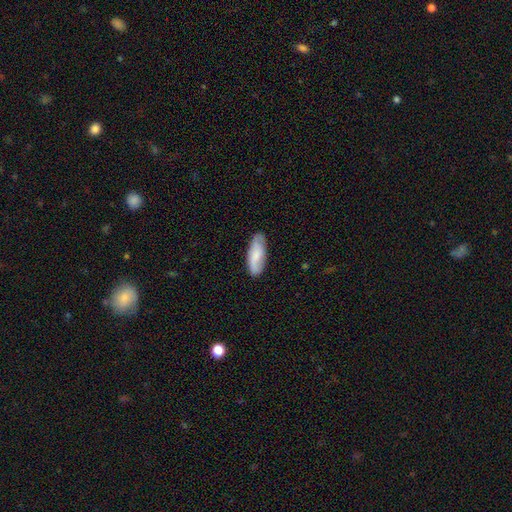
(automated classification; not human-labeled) smooth-or-featured: smooth: 71% | featured or disk: 23% | star or artifact: 6%
  how-rounded: in between: 73% | cigar-shaped: 26% | round: 2%
  merging: none: 79% | minor disturbance: 16% | major disturbance: 3% | merger: 1%